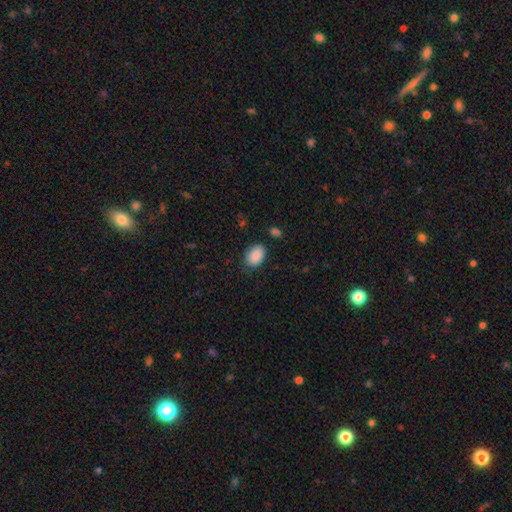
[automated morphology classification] Smooth or featured? Predicted: smooth (p=0.89). How rounded? Predicted: in between (p=0.81). Merging? Predicted: none (p=0.80).